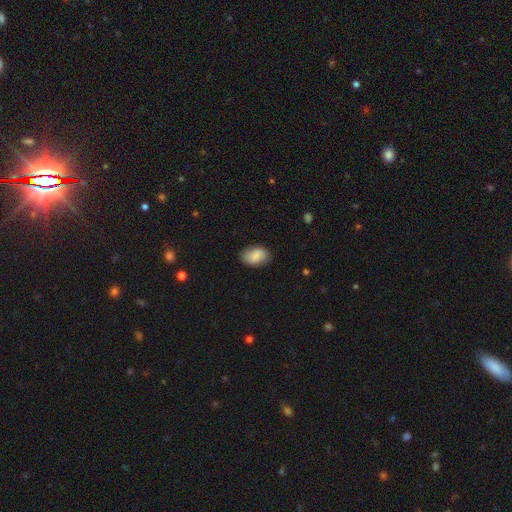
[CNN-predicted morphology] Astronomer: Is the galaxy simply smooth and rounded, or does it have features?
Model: smooth — 83%.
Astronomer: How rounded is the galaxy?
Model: in between — 88%.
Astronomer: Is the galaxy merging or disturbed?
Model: none — 81%.